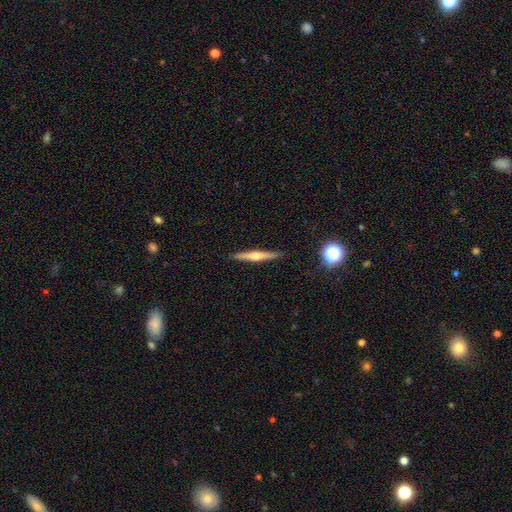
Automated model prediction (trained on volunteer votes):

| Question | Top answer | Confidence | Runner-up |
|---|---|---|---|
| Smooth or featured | featured or disk | 65% | smooth (29%) |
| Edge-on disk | yes | 98% | no (2%) |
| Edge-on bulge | rounded | 86% | none (9%) |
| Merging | none | 90% | minor disturbance (7%) |